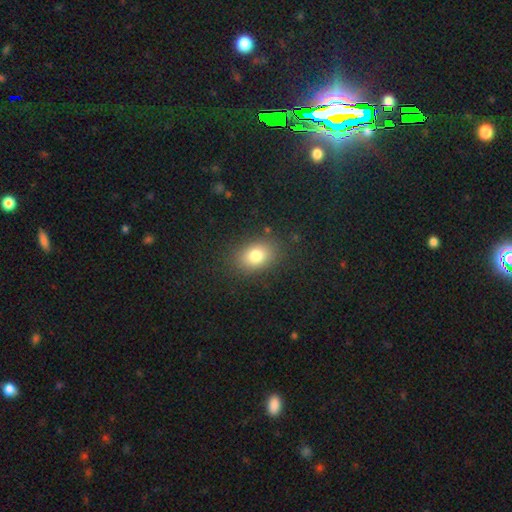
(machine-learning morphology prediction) Smooth or featured? Predicted: smooth (p=0.80). How rounded? Predicted: in between (p=0.70). Merging? Predicted: none (p=0.85).